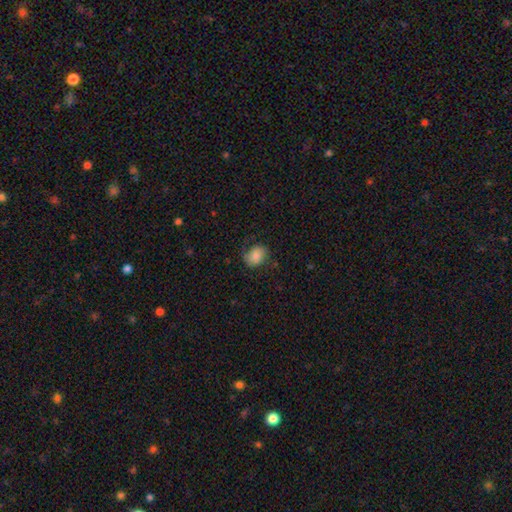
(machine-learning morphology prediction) Overall: smooth (77%). How rounded: in between (61%; round 38%). Merging: none (67%).